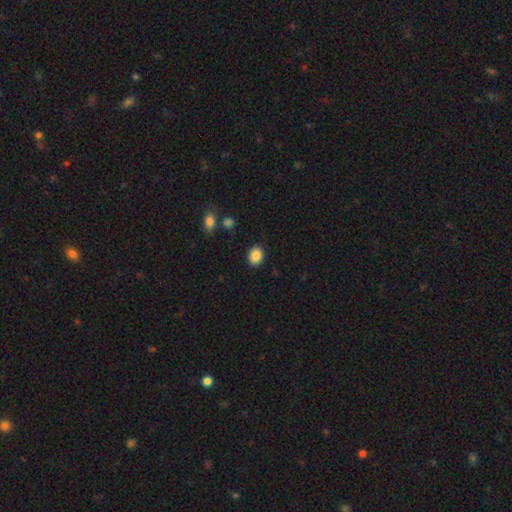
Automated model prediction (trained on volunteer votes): smooth 88%, star or artifact 8%, featured or disk 4%. Down the decision tree: how rounded — in between (64%); merging — none (89%).